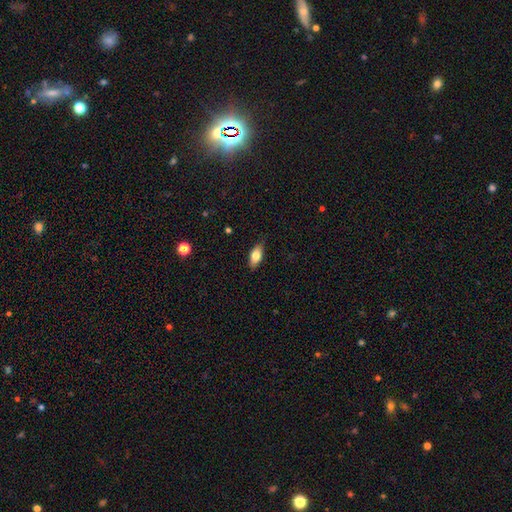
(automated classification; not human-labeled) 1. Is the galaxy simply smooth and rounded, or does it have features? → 73% smooth, 20% featured or disk, 7% star or artifact.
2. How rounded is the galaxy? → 82% in between, 14% cigar-shaped, 4% round.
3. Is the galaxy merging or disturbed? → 85% none, 12% minor disturbance, 2% major disturbance, 1% merger.